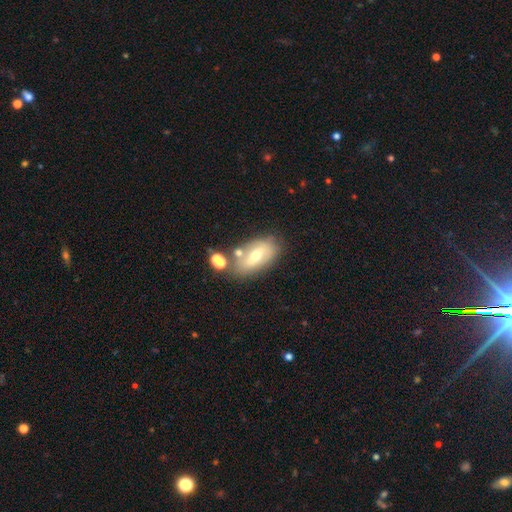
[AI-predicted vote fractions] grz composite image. It shows a featured or disk galaxy (48%). Merging: none (63%).